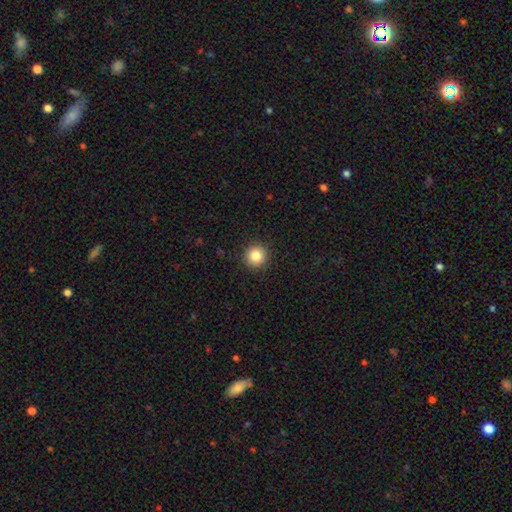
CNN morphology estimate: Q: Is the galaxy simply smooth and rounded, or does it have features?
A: smooth — 85%.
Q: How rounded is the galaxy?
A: round — 95%.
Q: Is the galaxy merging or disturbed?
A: none — 92%.